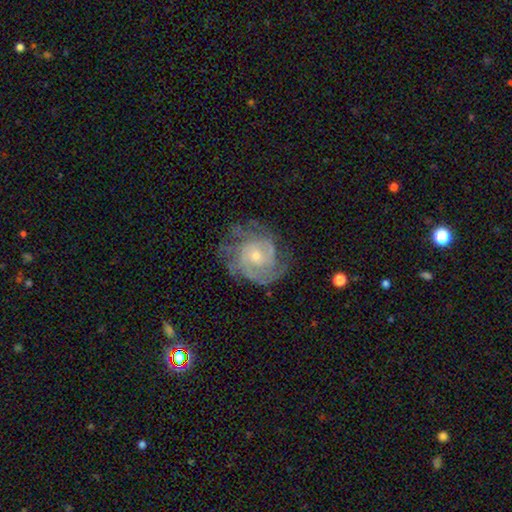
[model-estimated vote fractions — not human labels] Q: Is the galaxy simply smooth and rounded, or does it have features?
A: featured or disk — 85%.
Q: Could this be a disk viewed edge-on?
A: no — 98%.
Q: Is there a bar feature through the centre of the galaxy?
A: no — 73%.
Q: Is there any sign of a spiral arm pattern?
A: yes — 95%.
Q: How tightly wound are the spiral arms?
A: tight — 61%.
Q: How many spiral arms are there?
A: can't tell — 29%.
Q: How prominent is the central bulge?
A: small — 60%.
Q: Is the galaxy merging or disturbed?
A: none — 69%.